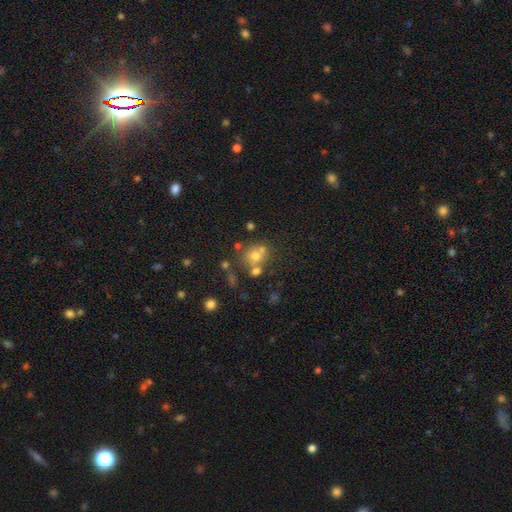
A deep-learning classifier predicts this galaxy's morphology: The model was most divided on "merging": none: 50%, merger: 33%, minor disturbance: 11%, major disturbance: 6%. More confident: how rounded — round (77%); smooth or featured — smooth (60%).